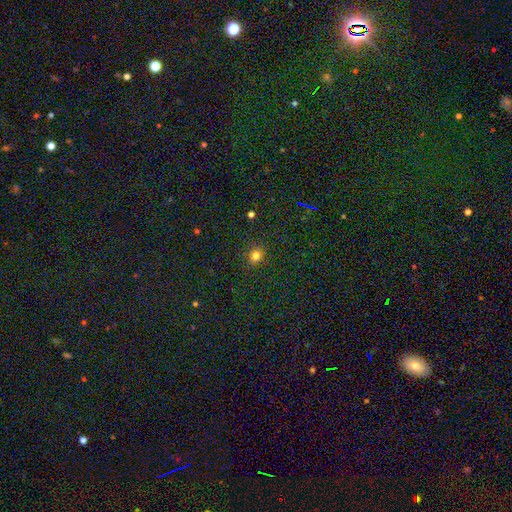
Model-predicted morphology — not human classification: Smooth or featured? smooth (79%)
How rounded? round (74%)
Merging? none (88%)